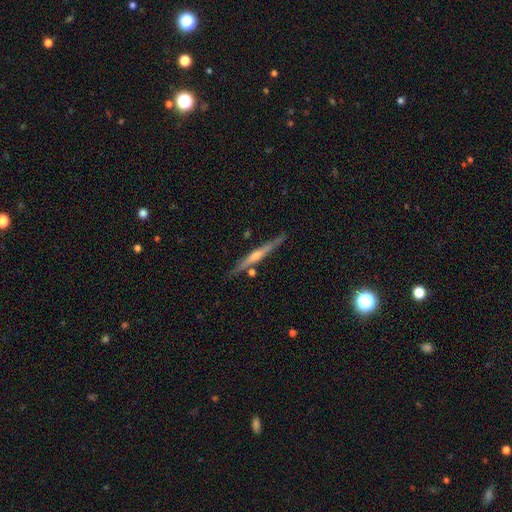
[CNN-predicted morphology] Smooth or featured?
  - featured or disk: 78% *
  - smooth: 16%
  - star or artifact: 6%
Edge-on disk?
  - yes: 98% *
  - no: 2%
Edge-on bulge?
  - rounded: 76% *
  - none: 18%
  - boxy: 7%
Merging?
  - none: 87% *
  - minor disturbance: 9%
  - merger: 3%
  - major disturbance: 2%